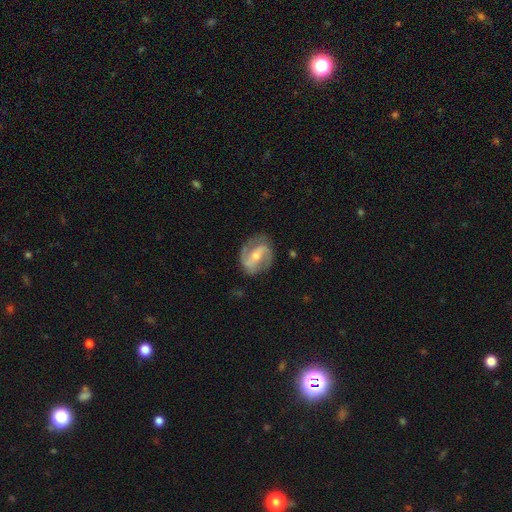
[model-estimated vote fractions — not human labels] featured or disk 85%, smooth 10%, star or artifact 5%. Down the decision tree: edge-on disk — no (97%); bar — strong (41%); spiral arms — yes (94%); spiral arm count — 2 (88%); spiral winding — medium (48%); bulge size — moderate (49%); merging — none (78%).